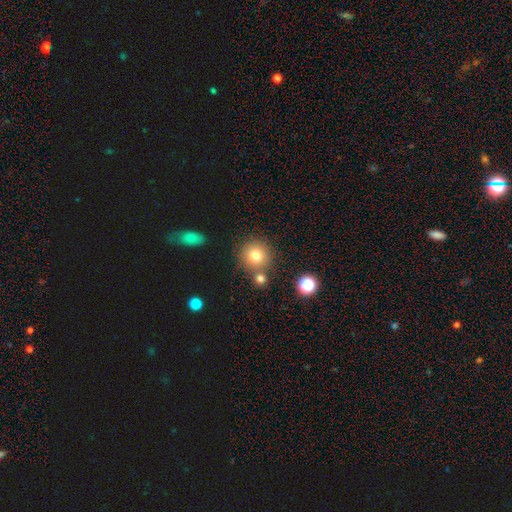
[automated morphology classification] type=smooth (78%); roundness=round (92%); merging=none (71%).